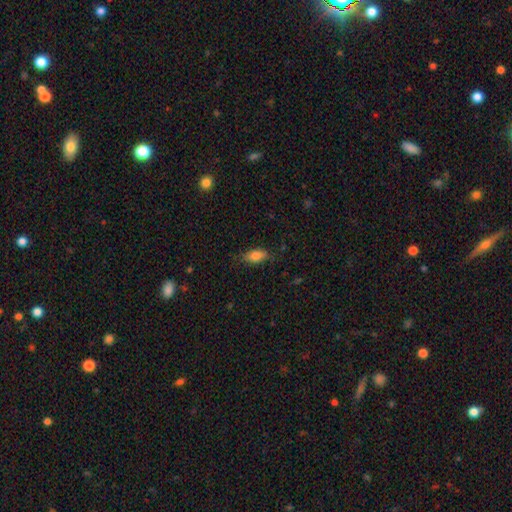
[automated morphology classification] Smooth or featured?
  - smooth: 83% *
  - featured or disk: 9%
  - star or artifact: 8%
How rounded?
  - in between: 87% *
  - cigar-shaped: 9%
  - round: 4%
Merging?
  - none: 75% *
  - minor disturbance: 19%
  - major disturbance: 5%
  - merger: 1%